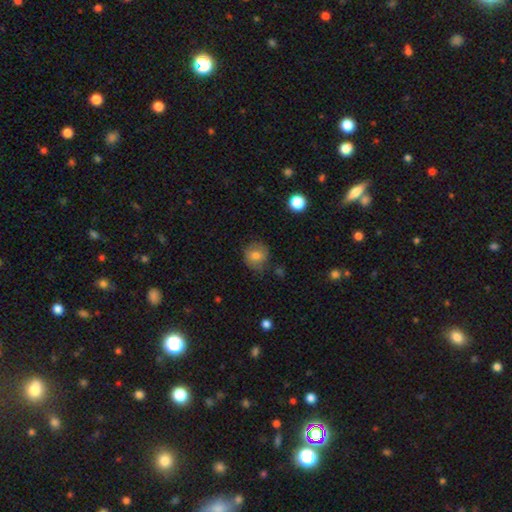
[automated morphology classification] Overall: smooth (76%). How rounded: round (81%). Merging: none (73%).